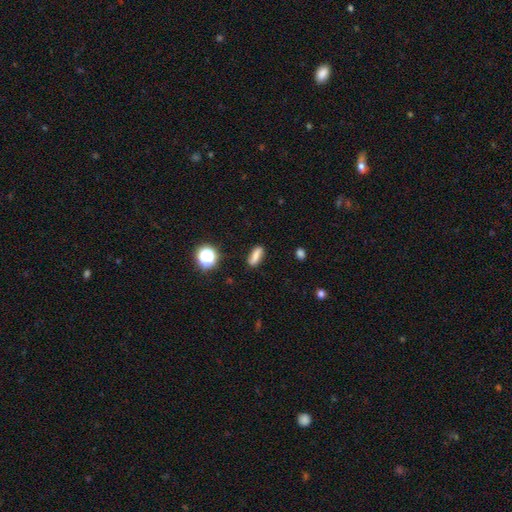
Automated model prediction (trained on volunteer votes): The model was most divided on "how rounded": in between: 54%, cigar-shaped: 39%, round: 7%. More confident: merging — none (84%); smooth or featured — smooth (76%).